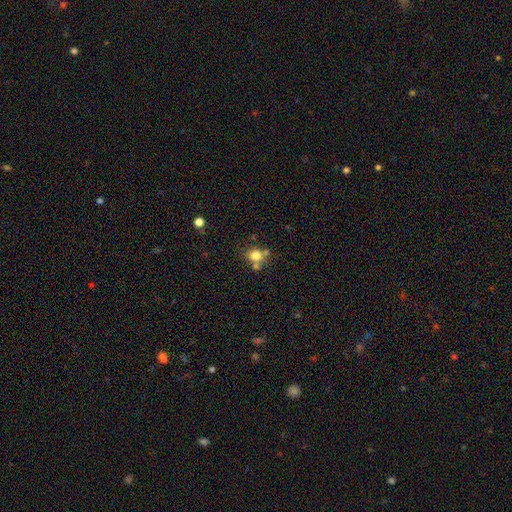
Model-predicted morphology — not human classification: A smooth galaxy with no disk features (77%) that is round (76%).

Vote fractions:
- Smooth or featured? smooth: 77% / star or artifact: 12% / featured or disk: 11%
- How rounded? round: 76% / in between: 23% / cigar-shaped: 1%
- Merging? none: 54% / merger: 28% / minor disturbance: 13% / major disturbance: 5%